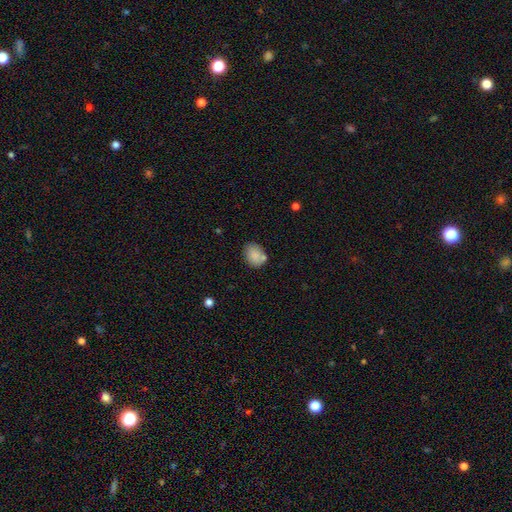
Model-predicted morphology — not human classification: smooth-or-featured: smooth: 84% | star or artifact: 8% | featured or disk: 7%
  how-rounded: in between: 62% | round: 37% | cigar-shaped: 1%
  merging: none: 66% | minor disturbance: 17% | merger: 13% | major disturbance: 4%